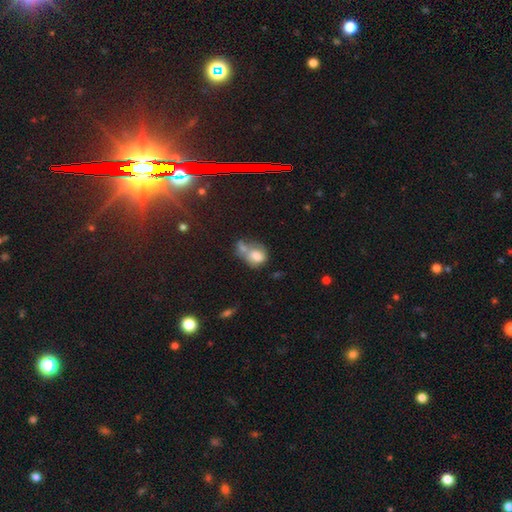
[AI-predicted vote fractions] Q: Smooth or featured?
A: smooth (66%); runner-up: featured or disk (23%)
Q: How rounded?
A: in between (50%); runner-up: round (48%)
Q: Merging?
A: merger (48%); runner-up: none (21%)